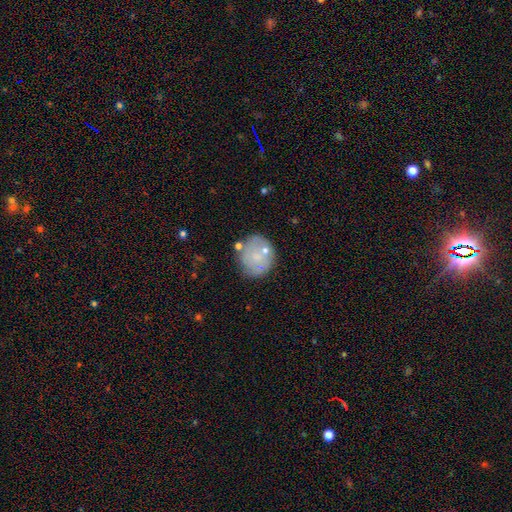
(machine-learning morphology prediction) A smooth galaxy with no disk features (61%) that is round (82%). Merging: none (65%).